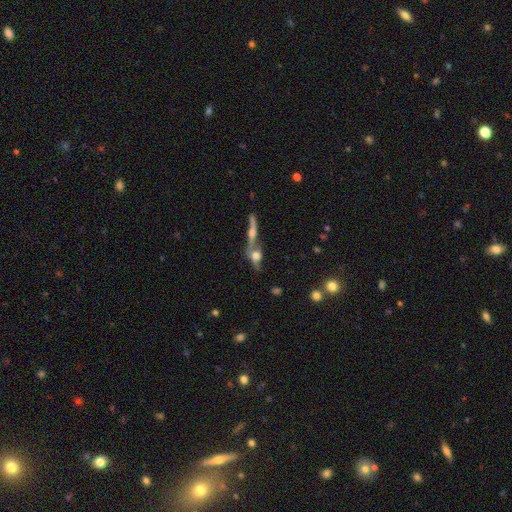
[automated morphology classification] Smooth or featured? Predicted: featured or disk (p=0.47). Merging? Predicted: merger (p=0.47).